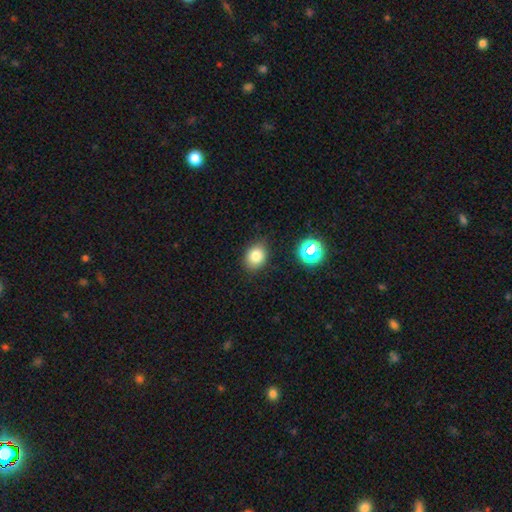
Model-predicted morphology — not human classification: A smooth galaxy with no disk features (81%) that is in between round and cigar-shaped (53%). Merging: none (83%).